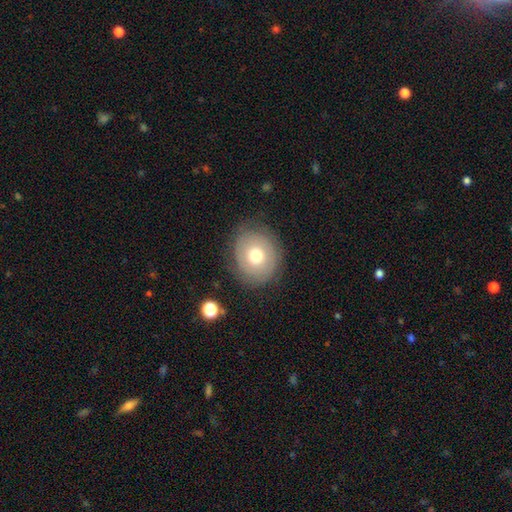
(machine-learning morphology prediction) smooth-or-featured: smooth: 64% | featured or disk: 26% | star or artifact: 10%
  how-rounded: round: 68% | in between: 31% | cigar-shaped: 1%
  merging: none: 76% | minor disturbance: 16% | major disturbance: 6% | merger: 1%